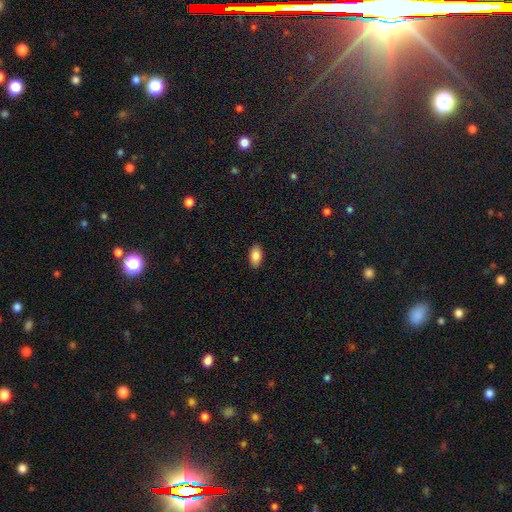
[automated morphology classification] Smooth or featured? smooth (87%)
How rounded? in between (94%)
Merging? none (89%)